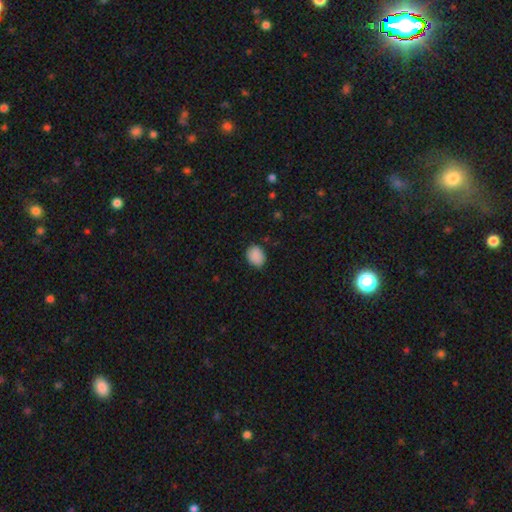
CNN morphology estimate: This is clearly a smooth galaxy (89%). How rounded: possibly in between (53%). Merging: clearly none (82%).